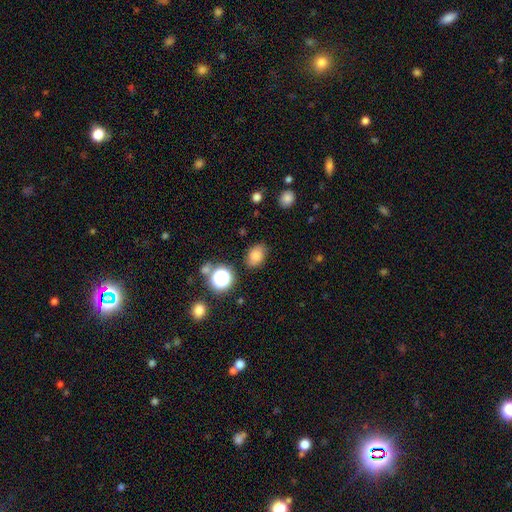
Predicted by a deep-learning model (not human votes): This appears to be a smooth galaxy with no disk features (77%) that is in between round and cigar-shaped (65%). Merging: none (78%).